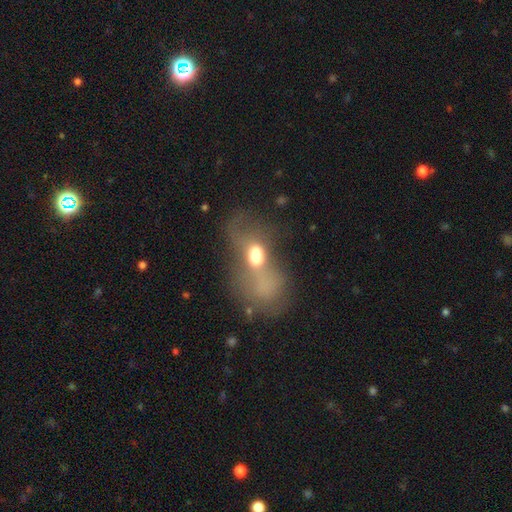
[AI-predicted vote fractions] This is possibly a smooth galaxy (52%). How rounded: likely in between (75%). Merging: marginally major disturbance (45%).